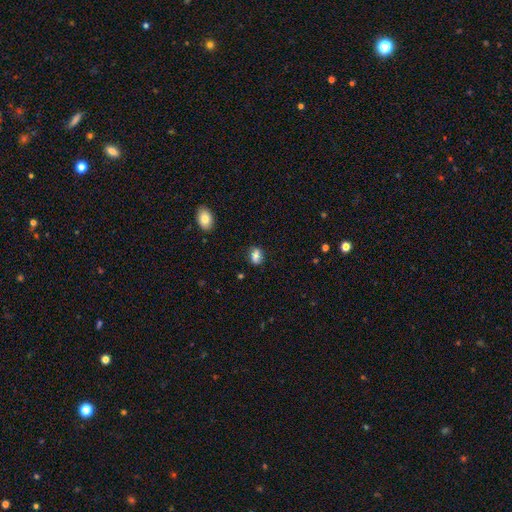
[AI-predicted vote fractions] smooth_or_featured: smooth (p=0.81) [alt: featured or disk p=0.10]
how_rounded: in between (p=0.75) [alt: round p=0.22]
merging: none (p=0.80) [alt: minor disturbance p=0.14]